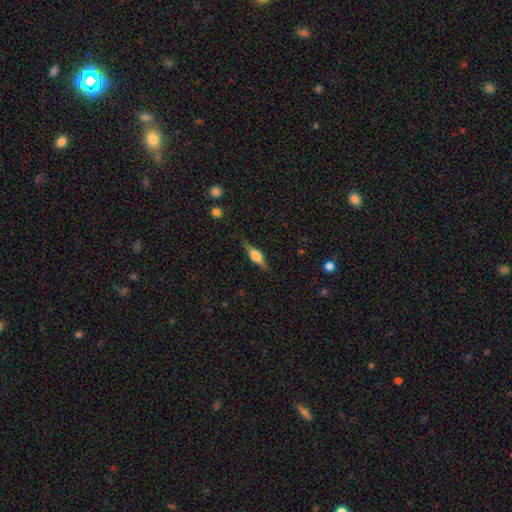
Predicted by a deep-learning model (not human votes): Q: Smooth or featured?
A: featured or disk (62%); runner-up: smooth (31%)
Q: Edge-on disk?
A: yes (96%); runner-up: no (4%)
Q: Edge-on bulge?
A: rounded (86%); runner-up: boxy (12%)
Q: Merging?
A: none (84%); runner-up: minor disturbance (12%)